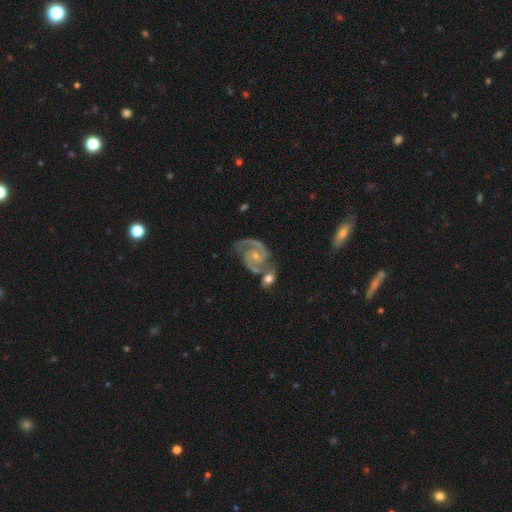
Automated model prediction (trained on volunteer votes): This appears to be a featured or disk galaxy (92%) with no bar (64%), 2 (88%) medium (56%) spiral arms (98%) and a small central bulge (67%). Merging: none (51%).